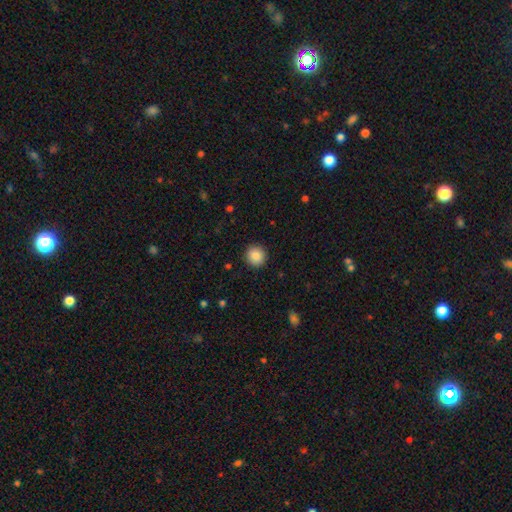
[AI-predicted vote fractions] smooth_or_featured: smooth (p=0.87) [alt: star or artifact p=0.09]
how_rounded: round (p=0.93) [alt: in between p=0.06]
merging: none (p=0.92) [alt: minor disturbance p=0.05]